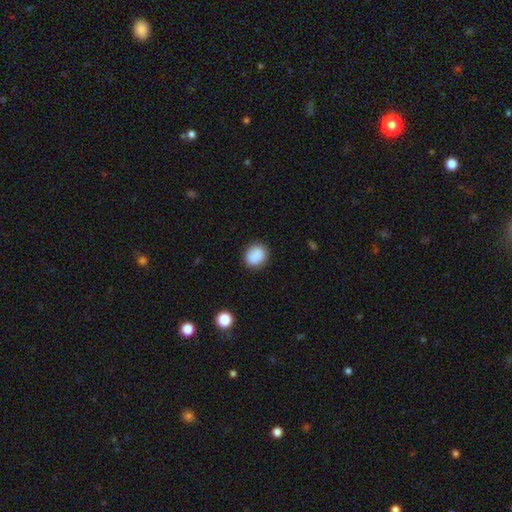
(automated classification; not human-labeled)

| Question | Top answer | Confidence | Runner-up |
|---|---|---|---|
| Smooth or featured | smooth | 88% | star or artifact (8%) |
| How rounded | round | 62% | in between (37%) |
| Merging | none | 86% | minor disturbance (10%) |